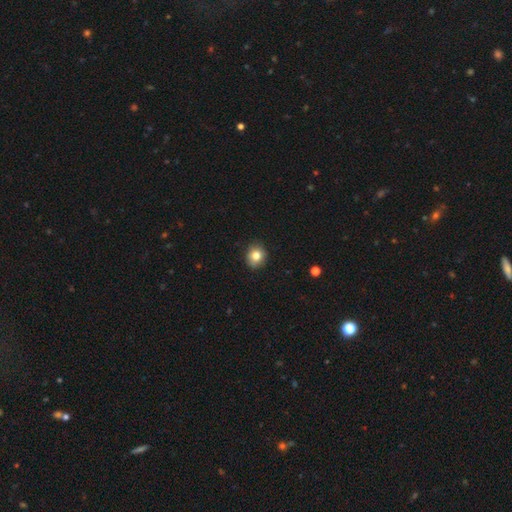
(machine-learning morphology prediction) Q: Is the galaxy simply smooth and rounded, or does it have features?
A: smooth — 80%.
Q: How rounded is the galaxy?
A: round — 76%.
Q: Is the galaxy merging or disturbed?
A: none — 87%.